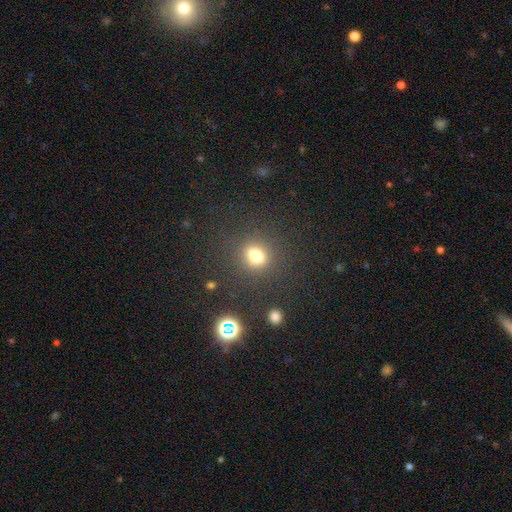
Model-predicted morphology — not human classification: This appears to be a smooth galaxy with no disk features (75%) that is round (51%). Merging: none (81%).